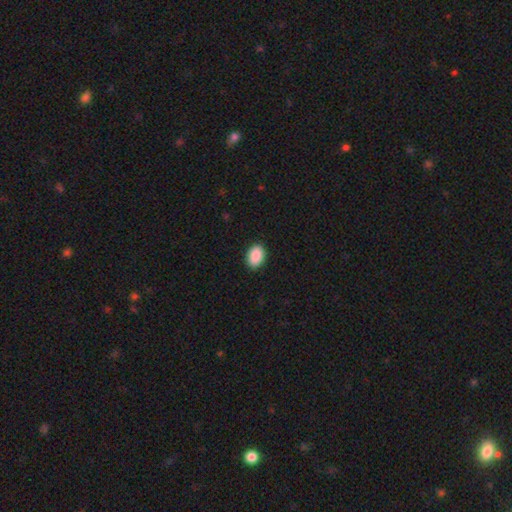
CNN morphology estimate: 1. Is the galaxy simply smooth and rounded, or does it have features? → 91% smooth, 7% star or artifact, 2% featured or disk.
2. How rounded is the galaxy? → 87% in between, 12% round, 1% cigar-shaped.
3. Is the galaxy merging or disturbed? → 91% none, 7% minor disturbance, 2% major disturbance, 1% merger.